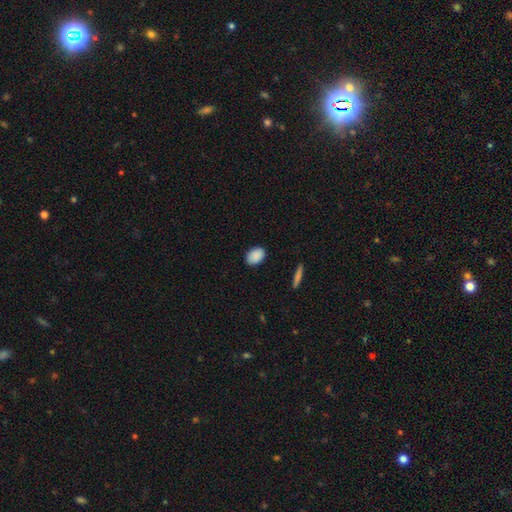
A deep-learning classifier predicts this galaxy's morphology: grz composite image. It shows a smooth galaxy with no disk features (90%) that is in between round and cigar-shaped (86%). Merging: none (87%).